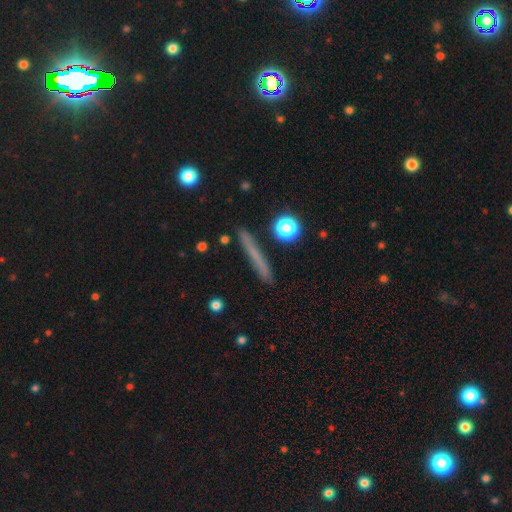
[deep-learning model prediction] Smooth or featured? smooth (61%)
How rounded? cigar-shaped (92%)
Merging? none (86%)